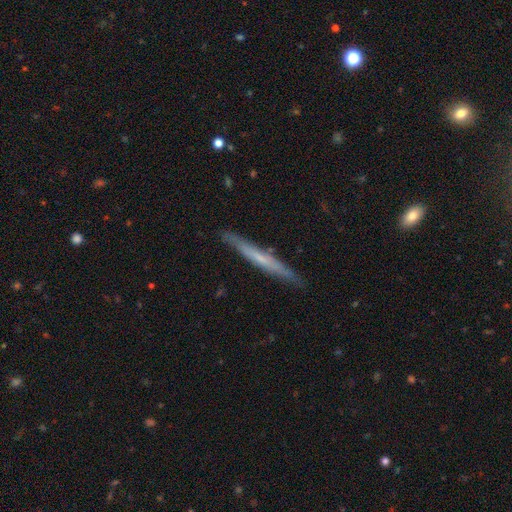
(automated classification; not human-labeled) A featured or disk galaxy (57%) viewed edge-on (96%) with no central bulge (65%).

Vote fractions:
- Smooth or featured? featured or disk: 57% / smooth: 35% / star or artifact: 8%
- Edge-on disk? yes: 96% / no: 4%
- Edge-on bulge? none: 65% / rounded: 28% / boxy: 7%
- Merging? none: 89% / minor disturbance: 8% / major disturbance: 1% / merger: 1%